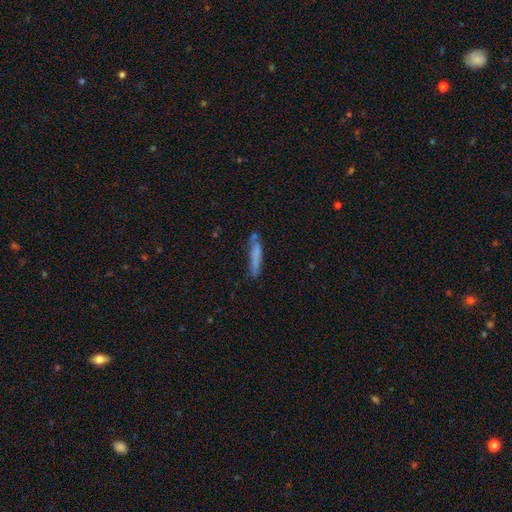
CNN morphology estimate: smooth-or-featured: smooth: 70% | featured or disk: 22% | star or artifact: 8%
  how-rounded: cigar-shaped: 90% | in between: 9% | round: 2%
  merging: none: 62% | minor disturbance: 21% | merger: 10% | major disturbance: 6%